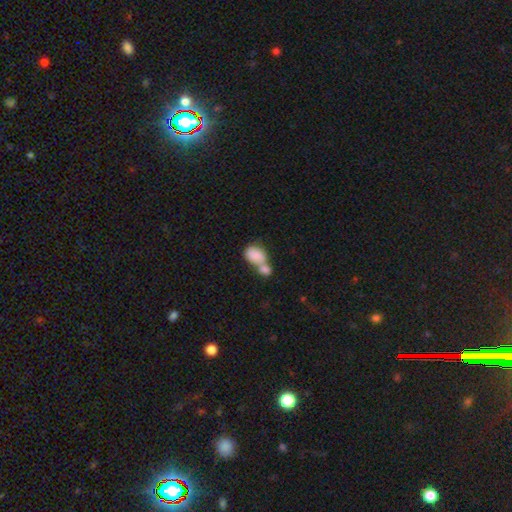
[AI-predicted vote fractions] The model was most divided on "merging": merger: 71%, none: 17%, minor disturbance: 7%, major disturbance: 5%. More confident: smooth or featured — smooth (82%); how rounded — in between (76%).